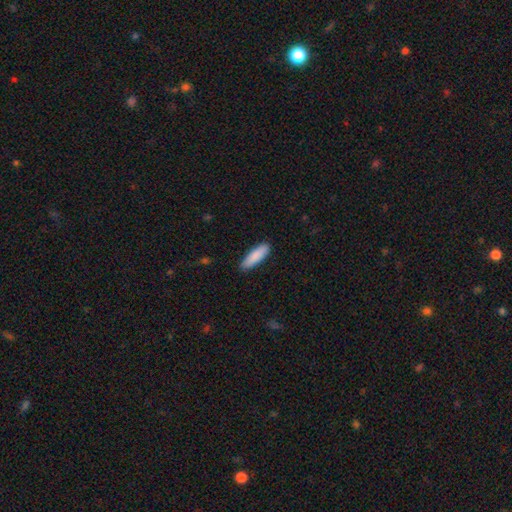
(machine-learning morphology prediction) smooth 88%, featured or disk 6%, star or artifact 5%. Down the decision tree: how rounded — cigar-shaped (54%); merging — none (88%).